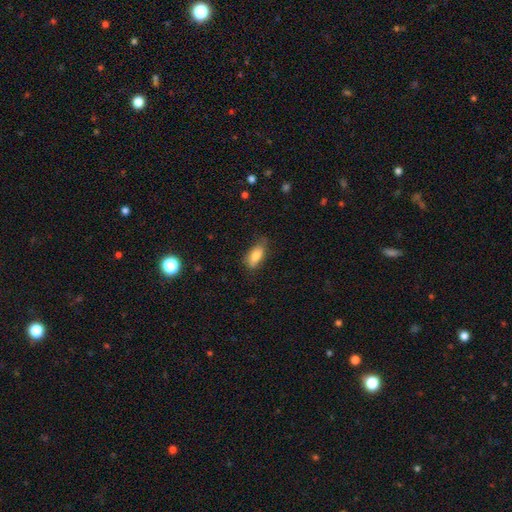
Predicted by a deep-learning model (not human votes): A smooth galaxy with no disk features (79%) that is in between round and cigar-shaped (85%). Merging: none (67%).